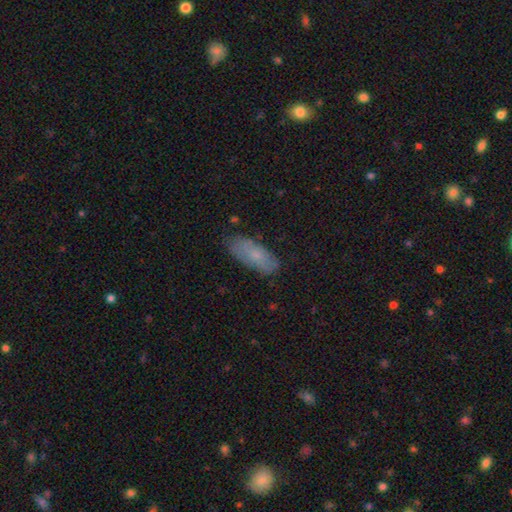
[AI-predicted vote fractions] This appears to be a smooth galaxy with no disk features (74%) that is in between round and cigar-shaped (80%). Merging: none (75%).